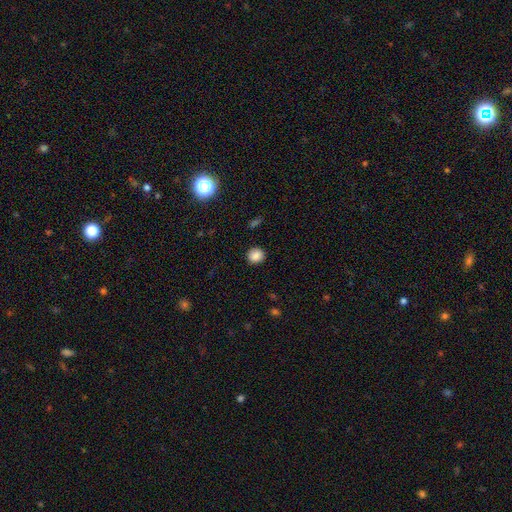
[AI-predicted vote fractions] Smooth or featured? Predicted: smooth (p=0.85). How rounded? Predicted: round (p=0.84). Merging? Predicted: none (p=0.89).